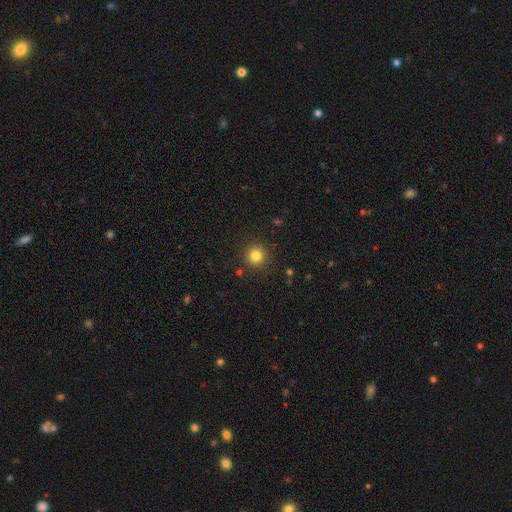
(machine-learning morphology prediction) type=smooth (82%); roundness=round (95%); merging=none (90%).